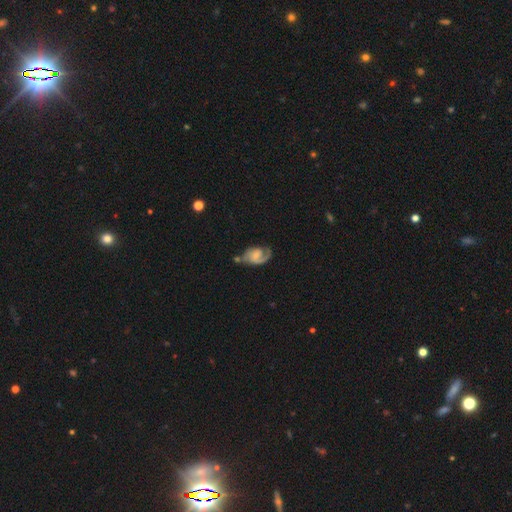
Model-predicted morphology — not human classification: featured or disk 78%, smooth 16%, star or artifact 6%. Down the decision tree: edge-on disk — no (97%); bar — no (54%); spiral arms — yes (94%); spiral arm count — 2 (54%); spiral winding — medium (47%); bulge size — small (51%); merging — none (50%).